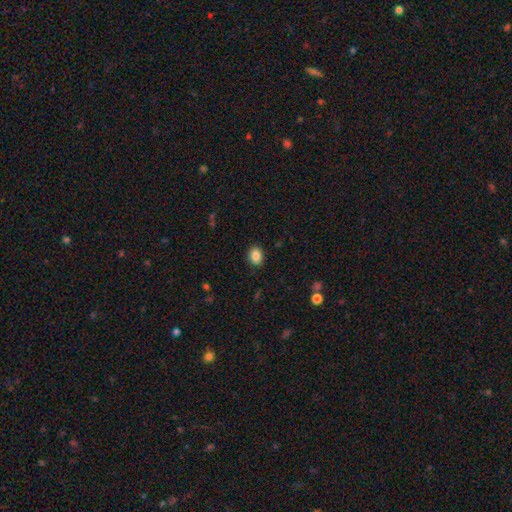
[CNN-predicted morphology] type=smooth (86%); roundness=in between (52%); merging=none (89%).